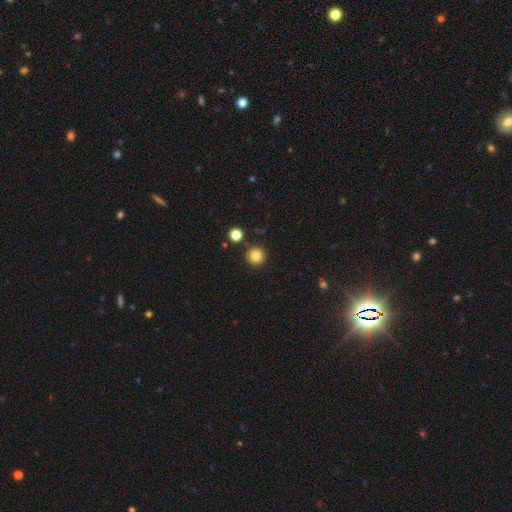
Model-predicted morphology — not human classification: Overall: smooth (84%). How rounded: round (96%). Merging: none (90%).